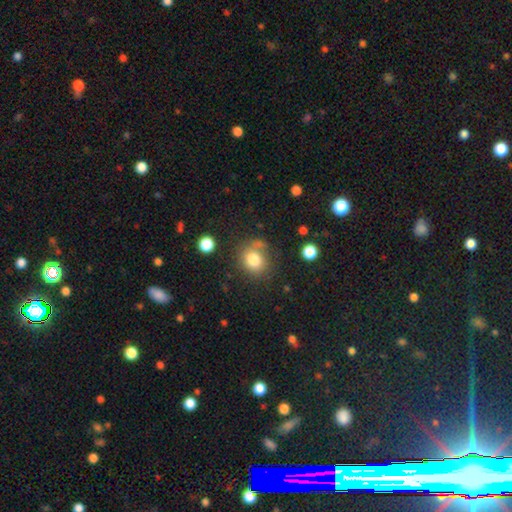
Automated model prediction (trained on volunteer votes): A smooth galaxy with no disk features (72%) that is round (82%). Merging: none (73%).